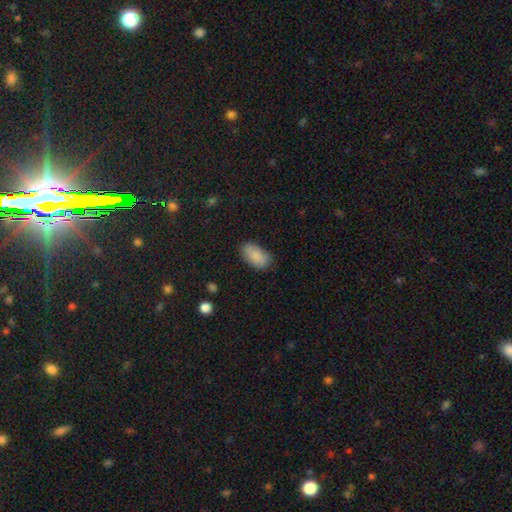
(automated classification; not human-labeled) Smooth or featured: smooth — 88% (star or artifact — 7%)
How rounded: in between — 93% (cigar-shaped — 4%)
Merging: none — 82% (minor disturbance — 14%)